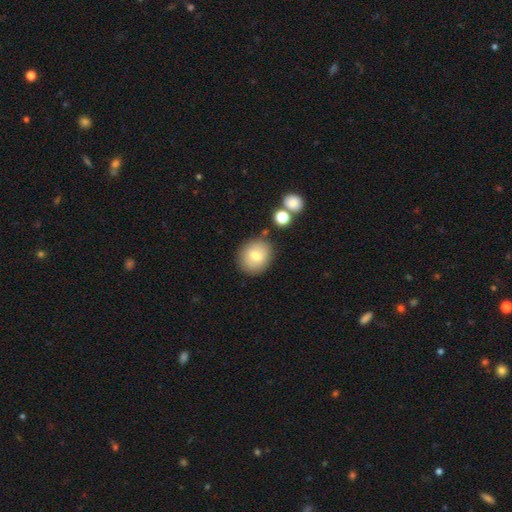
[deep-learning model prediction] Overall: smooth (76%). How rounded: round (72%). Merging: none (80%).